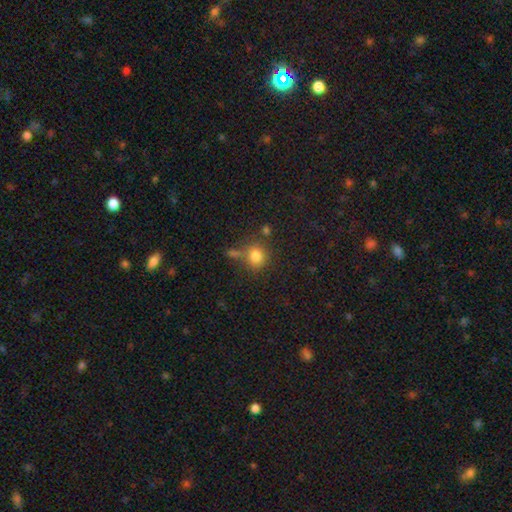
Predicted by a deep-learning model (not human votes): smooth-or-featured: smooth: 80% | star or artifact: 12% | featured or disk: 7%
  how-rounded: round: 81% | in between: 18% | cigar-shaped: 1%
  merging: none: 66% | merger: 15% | minor disturbance: 14% | major disturbance: 5%